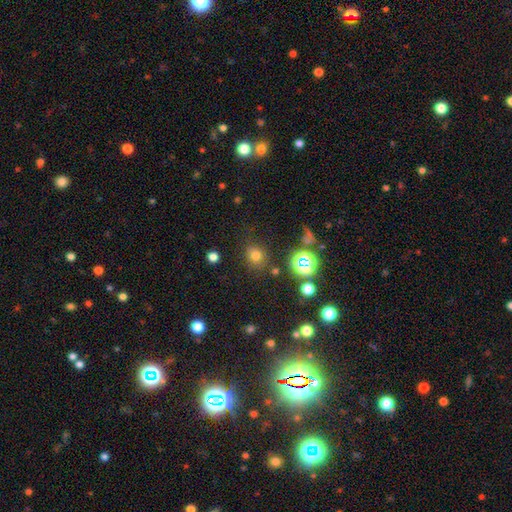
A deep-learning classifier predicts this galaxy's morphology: The model was most divided on "smooth or featured": smooth: 71%, star or artifact: 22%, featured or disk: 8%. More confident: merging — none (82%); how rounded — round (77%).